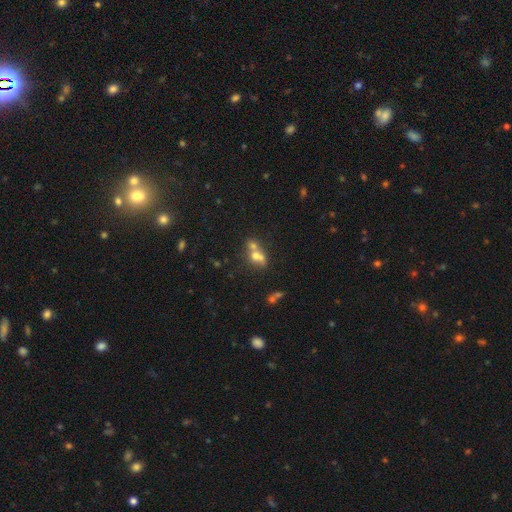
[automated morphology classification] Smooth or featured? smooth (59%)
How rounded? round (60%)
Merging? merger (63%)